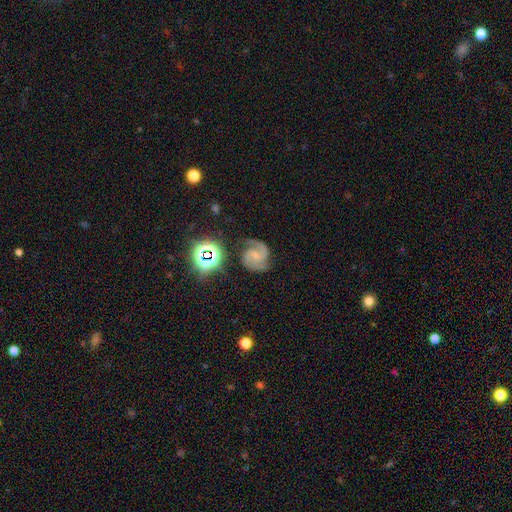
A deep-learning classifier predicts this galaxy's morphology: This is clearly a featured or disk galaxy (84%). It is clearly not viewed edge-on (98%). Bar: possibly no (52%). Spiral arm pattern: clearly yes (98%). Spiral arm count: clearly 2 (81%). Spiral winding: possibly medium (57%). Central bulge: likely small (64%). Merging: likely none (72%).